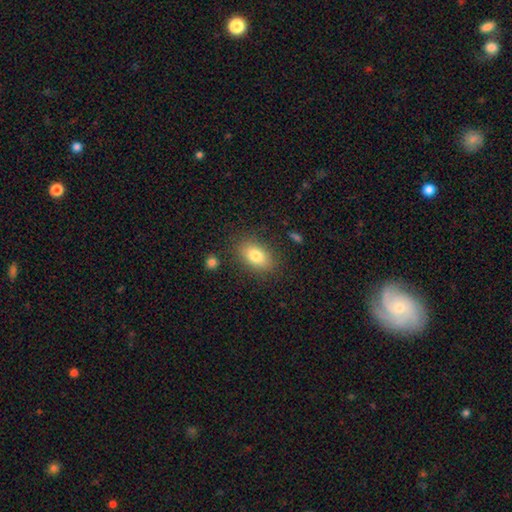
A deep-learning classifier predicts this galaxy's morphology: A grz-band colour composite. It shows a smooth galaxy with no disk features (81%) that is in between round and cigar-shaped (86%). Merging: none (82%).